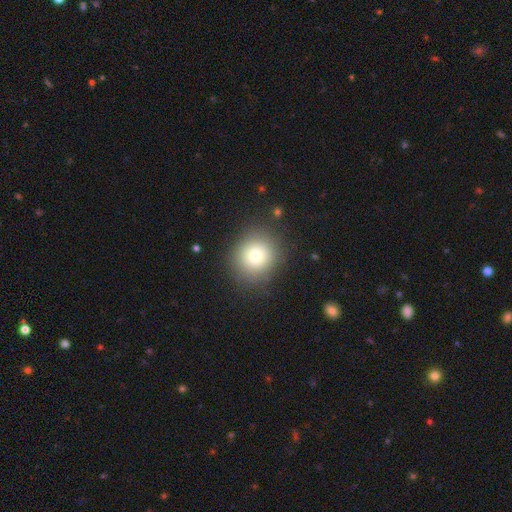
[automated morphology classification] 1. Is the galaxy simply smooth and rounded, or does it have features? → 78% smooth, 12% star or artifact, 10% featured or disk.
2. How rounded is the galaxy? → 87% round, 12% in between, 1% cigar-shaped.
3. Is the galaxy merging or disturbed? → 87% none, 8% minor disturbance, 3% major disturbance, 2% merger.